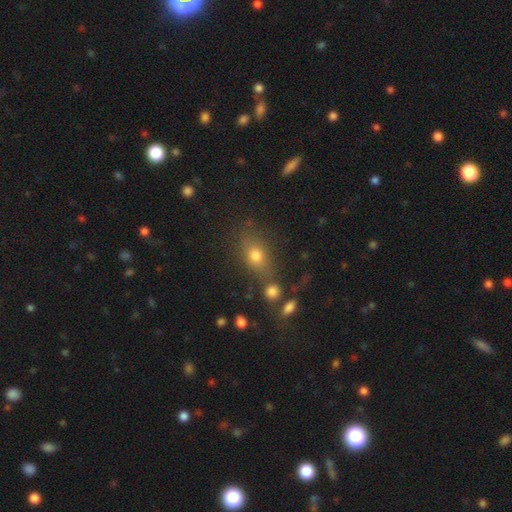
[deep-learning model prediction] smooth_or_featured: smooth (p=0.71) [alt: star or artifact p=0.15]
how_rounded: in between (p=0.66) [alt: round p=0.29]
merging: none (p=0.65) [alt: minor disturbance p=0.16]